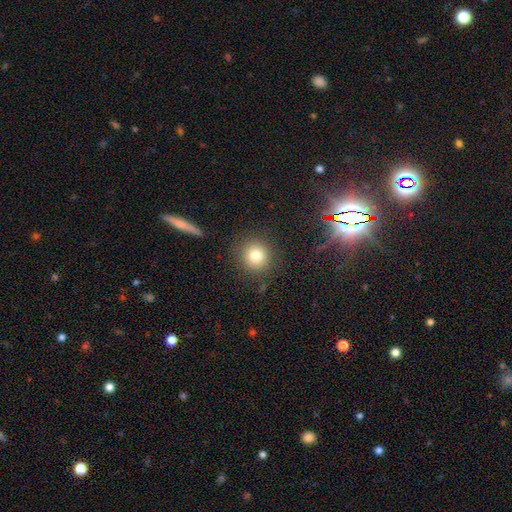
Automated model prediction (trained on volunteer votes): Smooth or featured?
  - smooth: 80% *
  - star or artifact: 12%
  - featured or disk: 8%
How rounded?
  - round: 91% *
  - in between: 8%
  - cigar-shaped: 1%
Merging?
  - none: 87% *
  - minor disturbance: 8%
  - major disturbance: 3%
  - merger: 2%